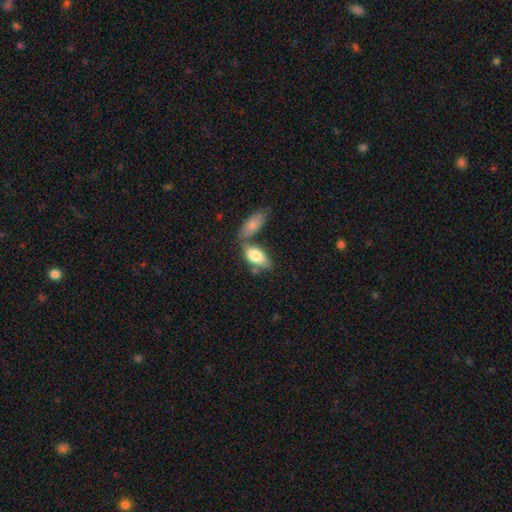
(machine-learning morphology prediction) The model was most divided on "merging": none: 45%, merger: 38%, minor disturbance: 13%, major disturbance: 4%. More confident: how rounded — in between (88%); smooth or featured — smooth (75%).